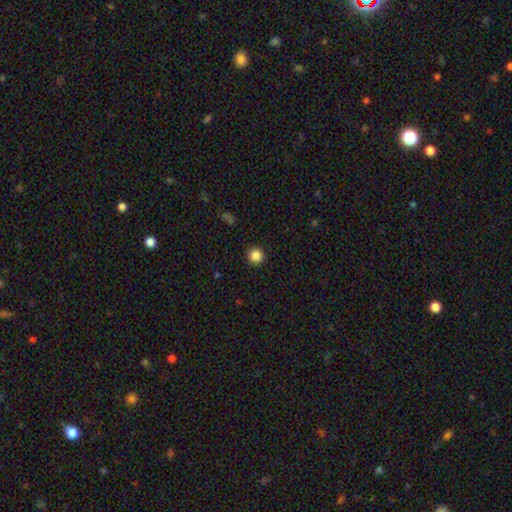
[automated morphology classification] This is clearly a smooth galaxy (86%). How rounded: clearly round (96%). Merging: clearly none (93%).